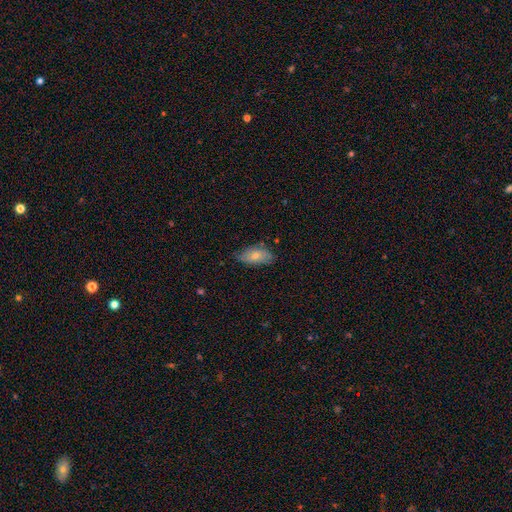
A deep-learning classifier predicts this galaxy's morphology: smooth_or_featured: smooth (p=0.73) [alt: featured or disk p=0.20]
how_rounded: in between (p=0.91) [alt: cigar-shaped p=0.05]
merging: none (p=0.67) [alt: minor disturbance p=0.26]